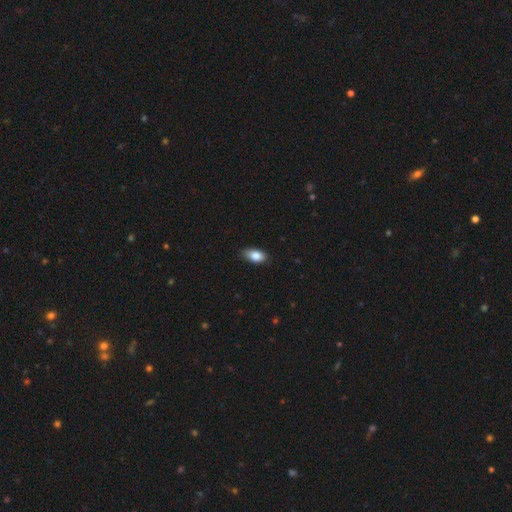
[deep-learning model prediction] Q: Smooth or featured?
A: smooth (85%); runner-up: featured or disk (8%)
Q: How rounded?
A: in between (90%); runner-up: round (5%)
Q: Merging?
A: none (83%); runner-up: minor disturbance (14%)